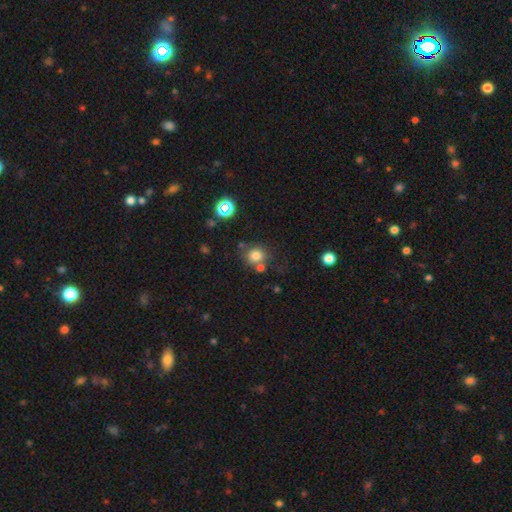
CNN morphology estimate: Q: Smooth or featured?
A: smooth (78%); runner-up: star or artifact (14%)
Q: How rounded?
A: round (84%); runner-up: in between (16%)
Q: Merging?
A: none (65%); runner-up: merger (17%)